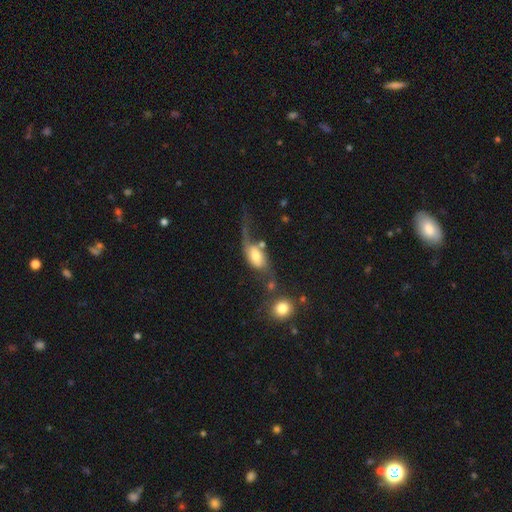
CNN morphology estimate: Smooth or featured? Predicted: featured or disk (p=0.55). Edge-on disk? Predicted: no (p=0.87). Merging? Predicted: major disturbance (p=0.38).